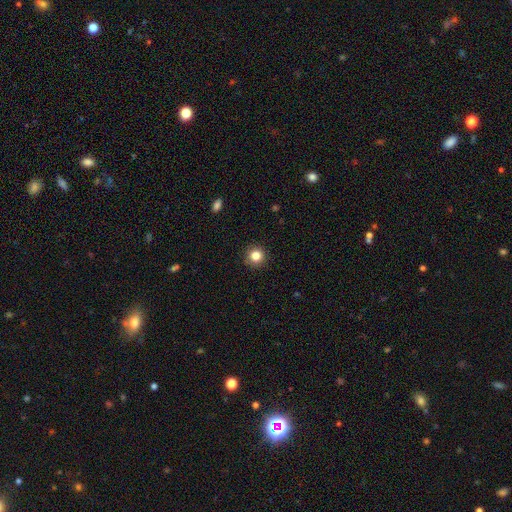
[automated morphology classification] The model was most divided on "smooth or featured": smooth: 83%, star or artifact: 11%, featured or disk: 5%. More confident: how rounded — round (93%); merging — none (91%).